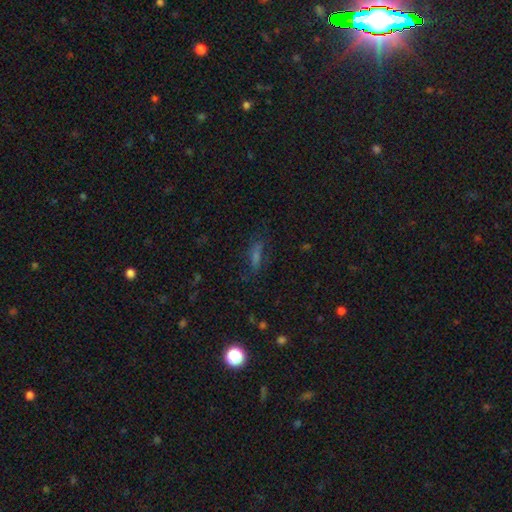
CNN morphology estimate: Smooth or featured? Predicted: smooth (p=0.47). Merging? Predicted: none (p=0.72).